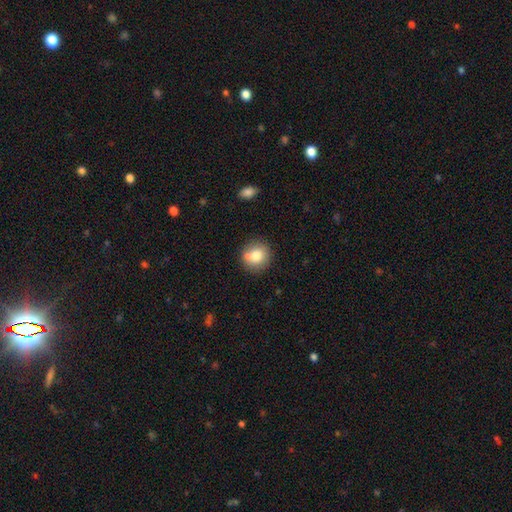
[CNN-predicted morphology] Q: Smooth or featured?
A: smooth (76%); runner-up: featured or disk (14%)
Q: How rounded?
A: round (88%); runner-up: in between (11%)
Q: Merging?
A: none (68%); runner-up: merger (17%)